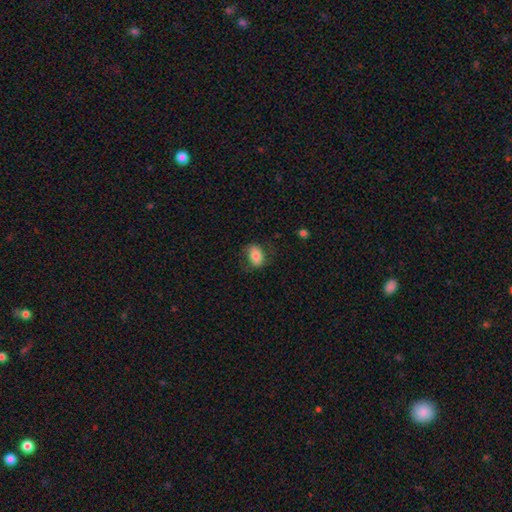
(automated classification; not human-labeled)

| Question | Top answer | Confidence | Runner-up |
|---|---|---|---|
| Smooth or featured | smooth | 77% | featured or disk (16%) |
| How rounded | in between | 80% | round (18%) |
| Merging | none | 70% | minor disturbance (20%) |